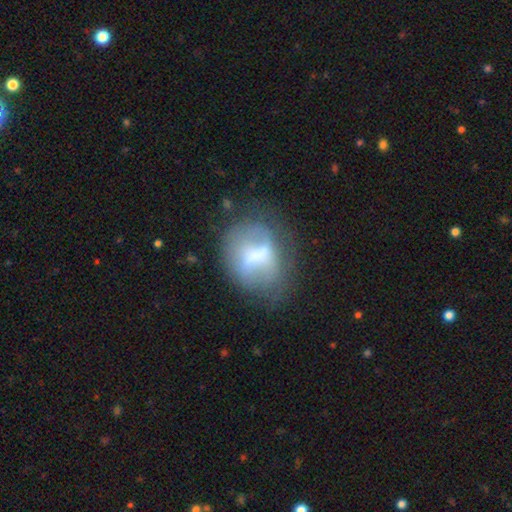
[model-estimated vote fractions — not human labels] Overall: smooth (45%; featured or disk 44%). Merging: none (47%; minor disturbance 24%).